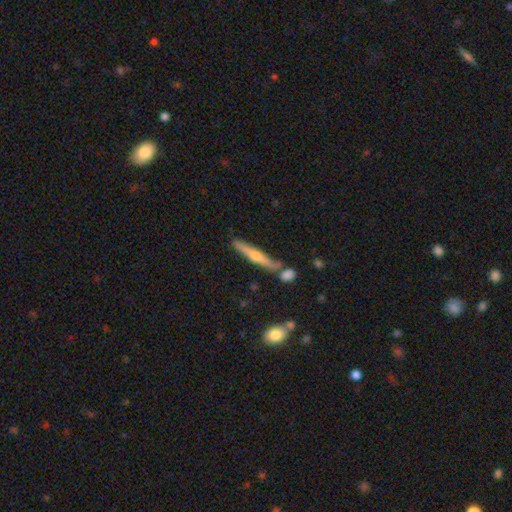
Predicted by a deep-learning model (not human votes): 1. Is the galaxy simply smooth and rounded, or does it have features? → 58% featured or disk, 36% smooth, 6% star or artifact.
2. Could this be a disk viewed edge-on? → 95% yes, 5% no.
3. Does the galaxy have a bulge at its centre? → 83% rounded, 13% none, 4% boxy.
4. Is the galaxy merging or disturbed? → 73% none, 13% minor disturbance, 10% merger, 3% major disturbance.